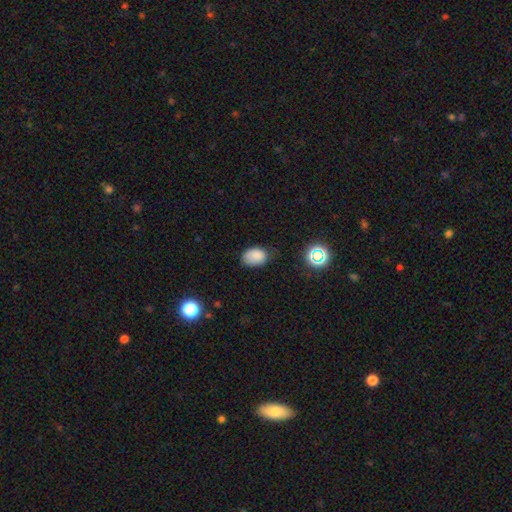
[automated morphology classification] Smooth or featured: smooth — 82% (star or artifact — 12%)
How rounded: in between — 81% (round — 18%)
Merging: none — 63% (minor disturbance — 28%)